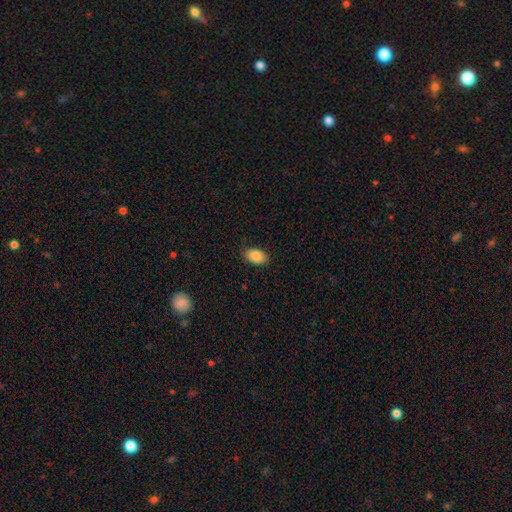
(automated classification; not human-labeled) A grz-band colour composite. It shows a smooth galaxy with no disk features (86%) that is in between round and cigar-shaped (90%). Merging: none (82%).